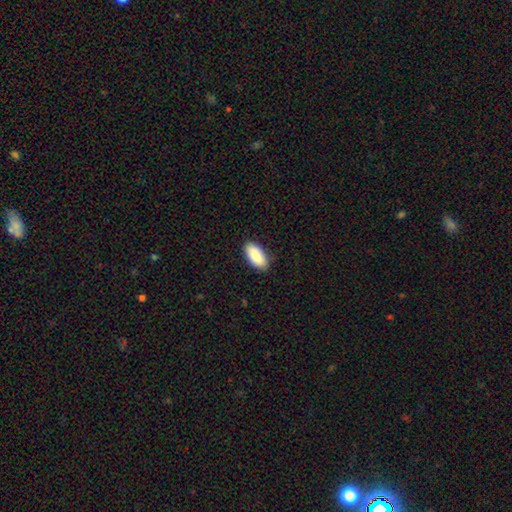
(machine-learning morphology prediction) smooth 86%, featured or disk 8%, star or artifact 6%. Down the decision tree: how rounded — in between (92%); merging — none (87%).